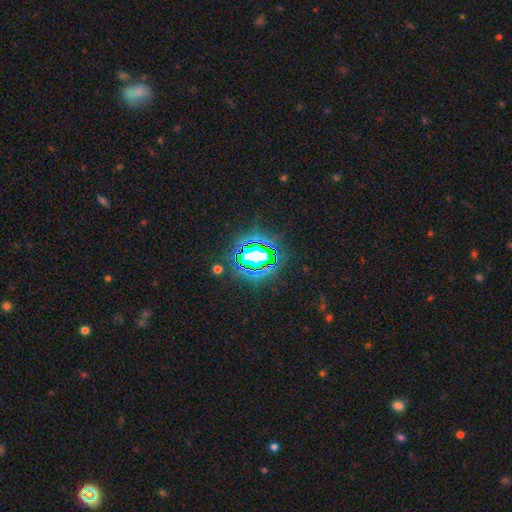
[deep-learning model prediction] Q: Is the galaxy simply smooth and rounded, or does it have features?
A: star or artifact — 76%.